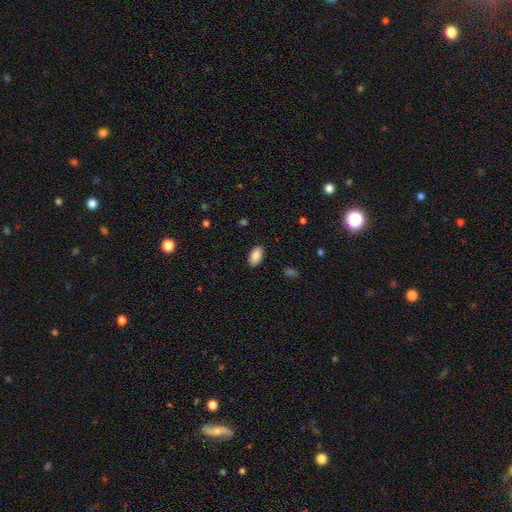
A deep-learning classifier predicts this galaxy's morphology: The model was most divided on "merging": none: 88%, minor disturbance: 9%, major disturbance: 2%, merger: 1%. More confident: how rounded — in between (95%); smooth or featured — smooth (89%).